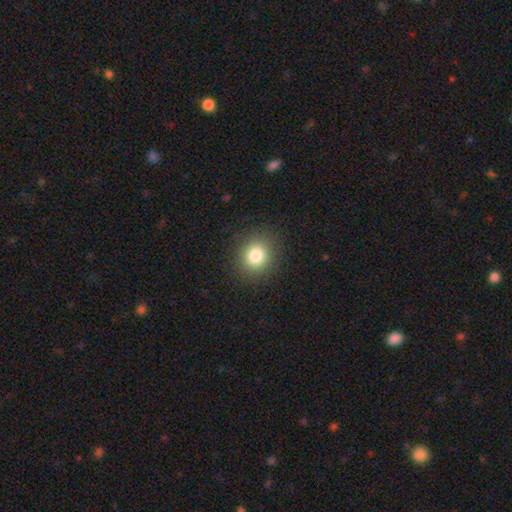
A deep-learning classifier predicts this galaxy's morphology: Smooth or featured?
  - smooth: 81% *
  - star or artifact: 12%
  - featured or disk: 7%
How rounded?
  - round: 80% *
  - in between: 19%
  - cigar-shaped: 1%
Merging?
  - none: 89% *
  - minor disturbance: 7%
  - major disturbance: 3%
  - merger: 1%